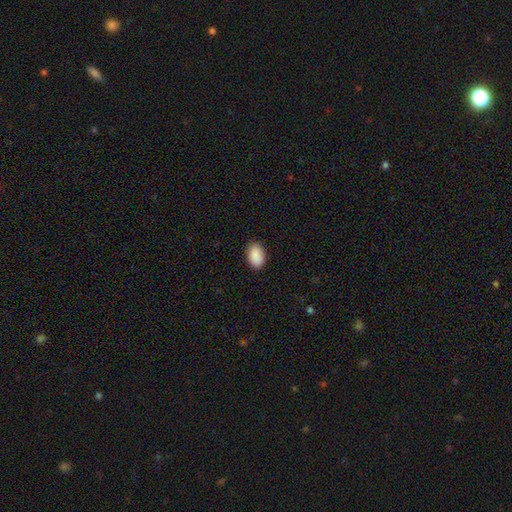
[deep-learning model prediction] Overall: smooth (91%). How rounded: in between (92%). Merging: none (88%).